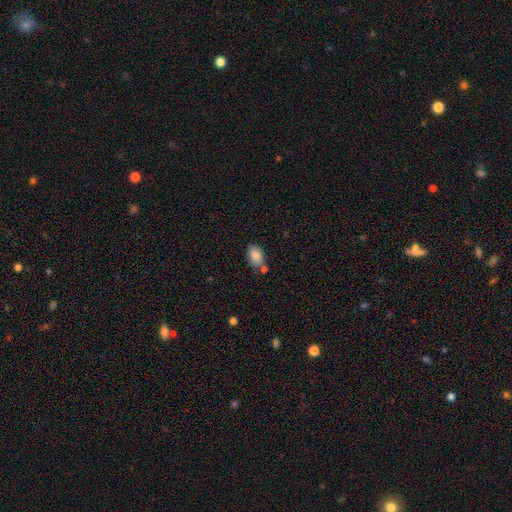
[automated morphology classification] Smooth or featured? Predicted: smooth (p=0.87). How rounded? Predicted: in between (p=0.90). Merging? Predicted: none (p=0.63).